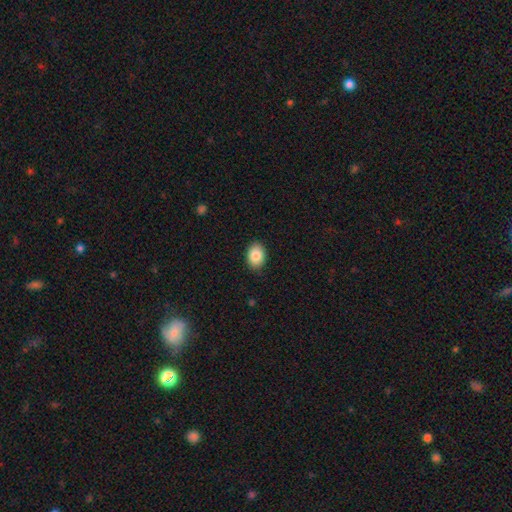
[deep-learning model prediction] Q: Smooth or featured?
A: smooth (86%); runner-up: star or artifact (8%)
Q: How rounded?
A: in between (75%); runner-up: round (24%)
Q: Merging?
A: none (89%); runner-up: minor disturbance (8%)